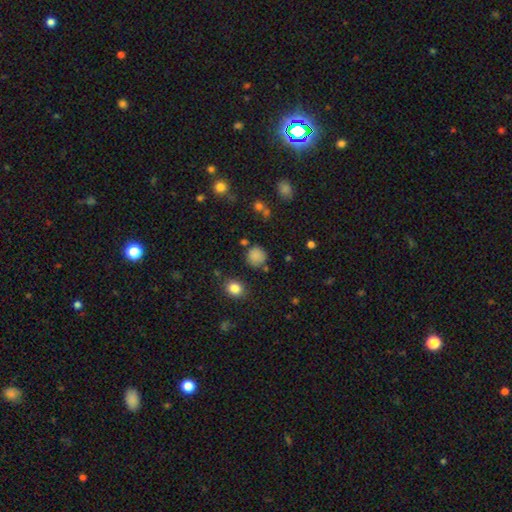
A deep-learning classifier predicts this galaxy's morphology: Smooth or featured? Predicted: smooth (p=0.82). How rounded? Predicted: round (p=0.89). Merging? Predicted: none (p=0.77).